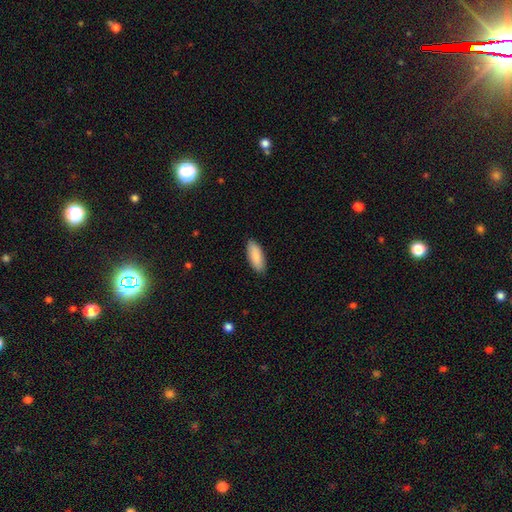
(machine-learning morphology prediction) type=smooth (89%); roundness=in between (79%); merging=none (88%).